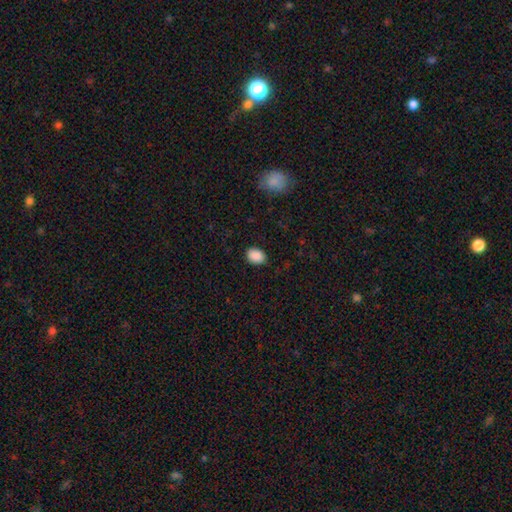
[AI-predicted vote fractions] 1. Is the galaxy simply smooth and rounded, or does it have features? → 89% smooth, 8% star or artifact, 3% featured or disk.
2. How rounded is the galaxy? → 77% in between, 22% round, 1% cigar-shaped.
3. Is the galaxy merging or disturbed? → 87% none, 10% minor disturbance, 2% major disturbance, 1% merger.